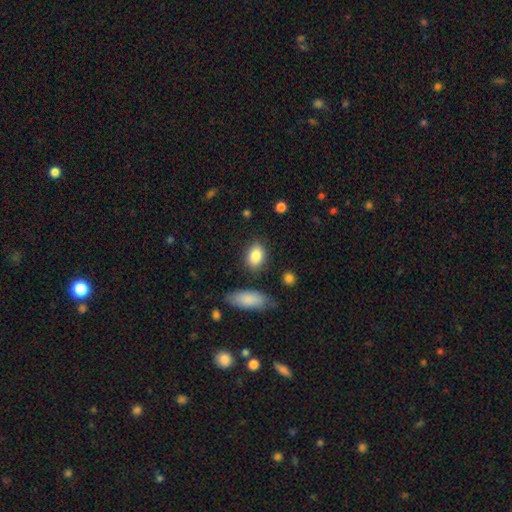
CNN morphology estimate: Overall: smooth (86%). How rounded: in between (80%). Merging: none (80%).